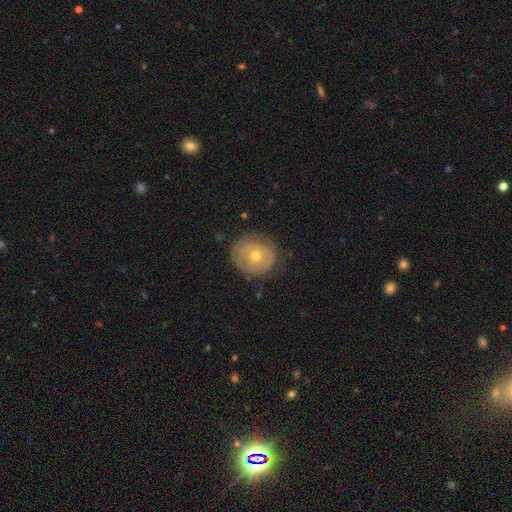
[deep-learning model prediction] The model was most divided on "smooth or featured": featured or disk: 50%, smooth: 42%, star or artifact: 8%. More confident: merging — none (77%).